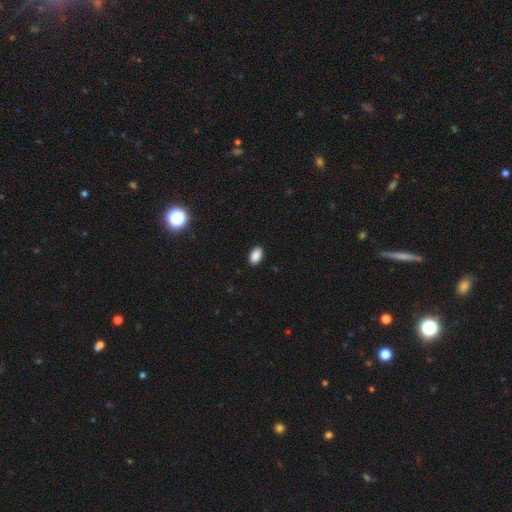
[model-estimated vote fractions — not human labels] Smooth or featured: smooth — 89% (star or artifact — 8%)
How rounded: in between — 92% (round — 7%)
Merging: none — 89% (minor disturbance — 8%)